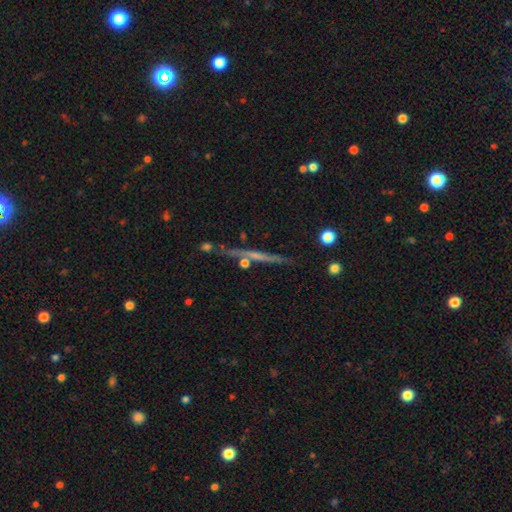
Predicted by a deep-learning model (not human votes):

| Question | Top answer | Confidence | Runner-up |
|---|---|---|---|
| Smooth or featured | featured or disk | 52% | star or artifact (26%) |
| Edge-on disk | yes | 87% | no (13%) |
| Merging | none | 76% | minor disturbance (10%) |